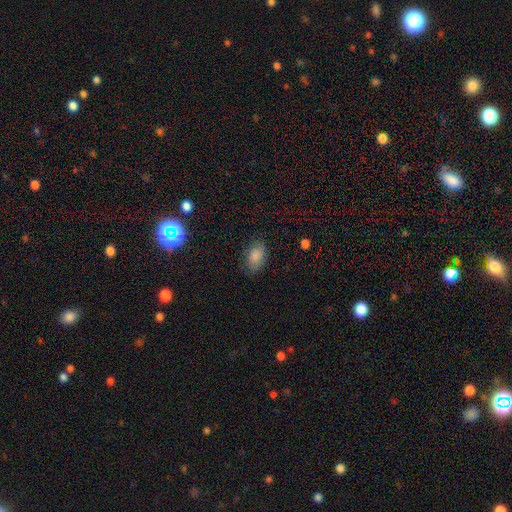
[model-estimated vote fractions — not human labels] smooth 82%, star or artifact 9%, featured or disk 8%. Down the decision tree: how rounded — in between (90%); merging — none (78%).